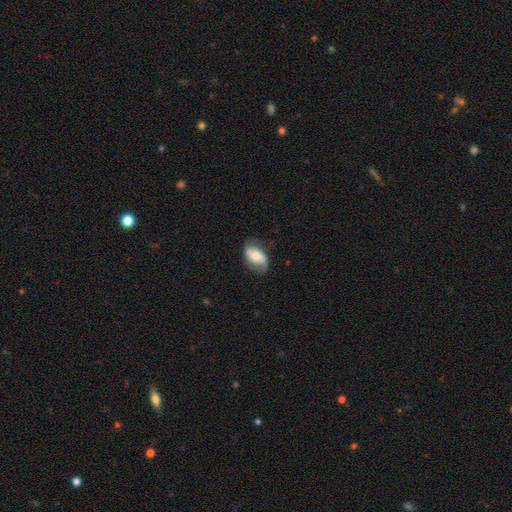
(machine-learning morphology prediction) A featured or disk galaxy (51%).

Vote fractions:
- Smooth or featured? featured or disk: 51% / smooth: 42% / star or artifact: 7%
- Edge-on disk? no: 94% / yes: 6%
- Merging? none: 67% / minor disturbance: 24% / major disturbance: 8% / merger: 1%